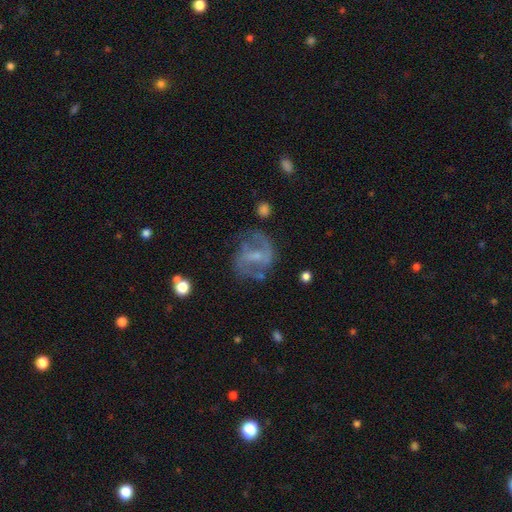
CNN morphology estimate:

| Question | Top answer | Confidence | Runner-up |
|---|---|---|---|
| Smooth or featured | featured or disk | 75% | smooth (16%) |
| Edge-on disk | no | 97% | yes (3%) |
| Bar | weak | 48% | strong (30%) |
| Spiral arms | yes | 82% | no (18%) |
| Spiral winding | medium | 49% | loose (32%) |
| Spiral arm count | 2 | 81% | can't tell (11%) |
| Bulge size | small | 52% | moderate (26%) |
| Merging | none | 63% | minor disturbance (20%) |